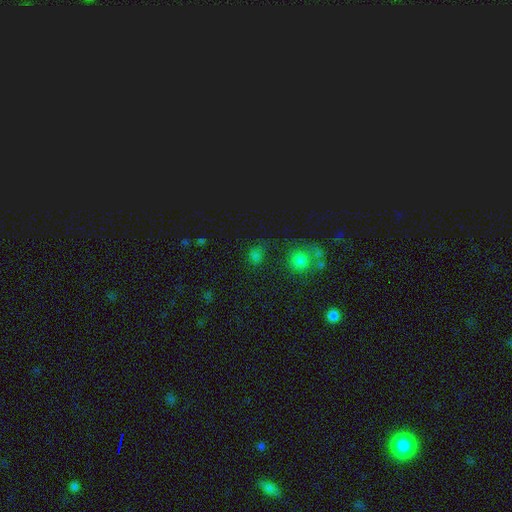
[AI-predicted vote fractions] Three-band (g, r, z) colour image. It shows a smooth galaxy with no disk features (59%) that is round (64%). Merging: none (63%).